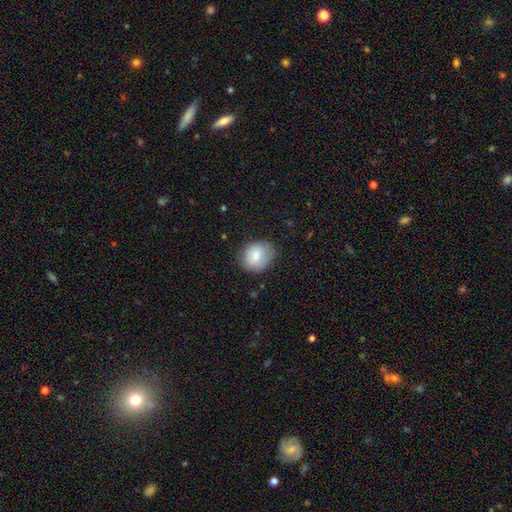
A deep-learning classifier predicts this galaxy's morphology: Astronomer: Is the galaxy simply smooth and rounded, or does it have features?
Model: smooth — 79%.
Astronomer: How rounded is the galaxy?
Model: round — 60% (runner-up: in between, 39%).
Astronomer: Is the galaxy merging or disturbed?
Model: none — 72%.